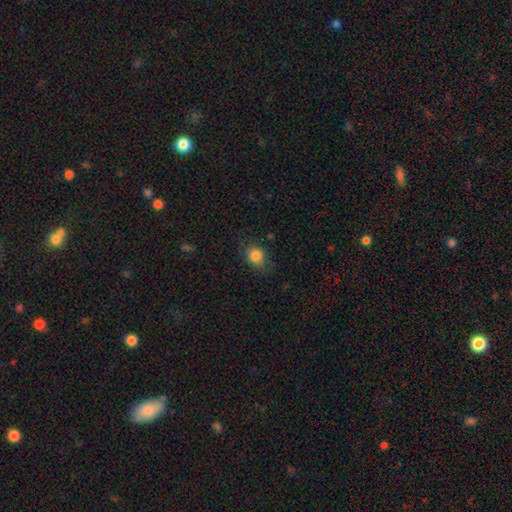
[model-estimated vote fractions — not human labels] Smooth or featured: smooth — 83% (star or artifact — 10%)
How rounded: round — 58% (in between — 41%)
Merging: none — 74% (minor disturbance — 19%)